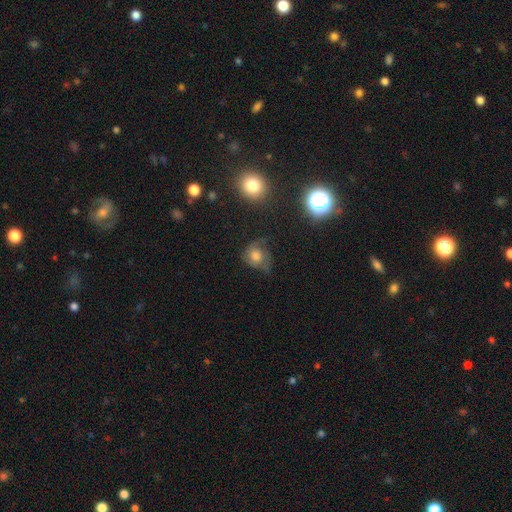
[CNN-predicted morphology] This appears to be a smooth galaxy with no disk features (58%) that is round (73%). Merging: none (44%).